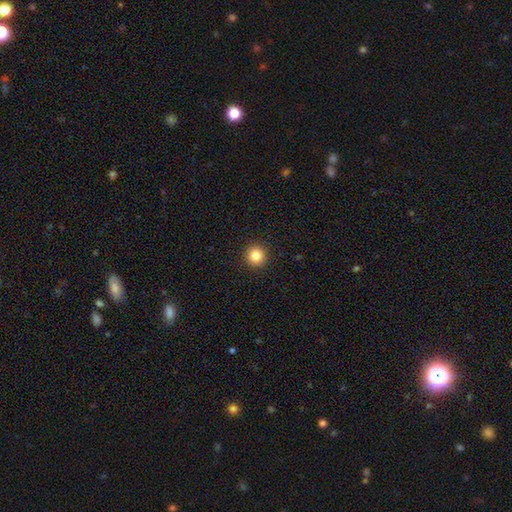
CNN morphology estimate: A smooth galaxy with no disk features (84%) that is round (95%).

Vote fractions:
- Smooth or featured? smooth: 84% / star or artifact: 11% / featured or disk: 5%
- How rounded? round: 95% / in between: 4% / cigar-shaped: 1%
- Merging? none: 93% / minor disturbance: 4% / major disturbance: 2% / merger: 1%